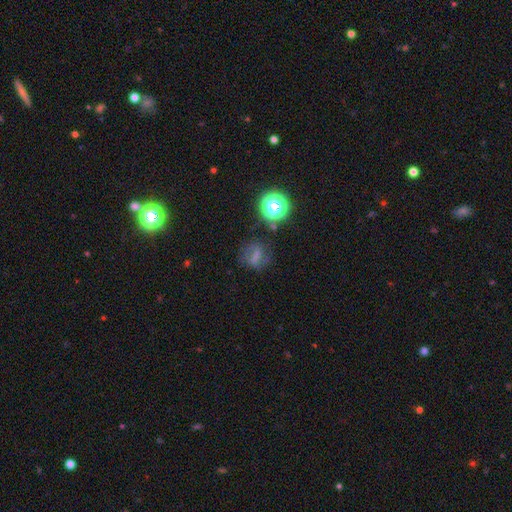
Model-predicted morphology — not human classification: Smooth or featured? Predicted: smooth (p=0.48). Merging? Predicted: none (p=0.65).